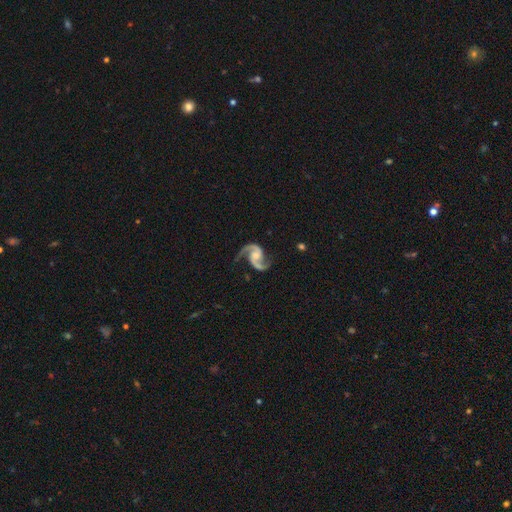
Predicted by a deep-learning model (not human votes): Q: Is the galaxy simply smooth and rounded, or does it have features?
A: featured or disk — 94%.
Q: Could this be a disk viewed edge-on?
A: no — 98%.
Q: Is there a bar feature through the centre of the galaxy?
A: no — 56%.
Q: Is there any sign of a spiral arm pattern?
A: yes — 98%.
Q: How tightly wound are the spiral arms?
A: medium — 54%.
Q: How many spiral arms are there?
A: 2 — 94%.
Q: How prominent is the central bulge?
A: moderate — 37%.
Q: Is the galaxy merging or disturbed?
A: none — 76%.